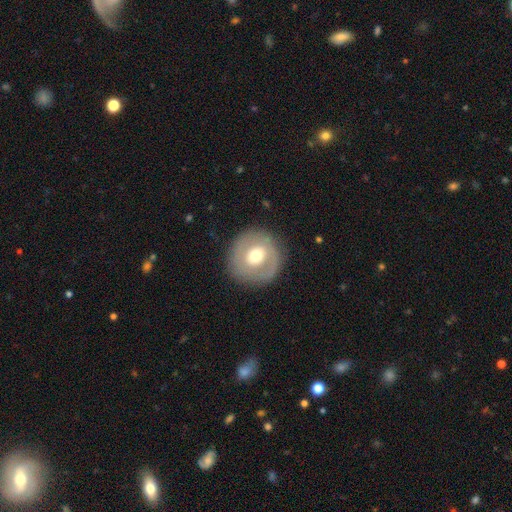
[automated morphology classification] smooth_or_featured: smooth (p=0.50) [alt: featured or disk p=0.42]
how_rounded: round (p=0.91) [alt: in between p=0.08]
merging: none (p=0.85) [alt: minor disturbance p=0.09]